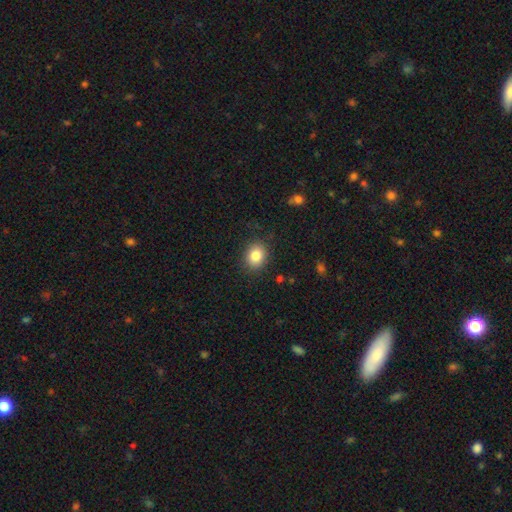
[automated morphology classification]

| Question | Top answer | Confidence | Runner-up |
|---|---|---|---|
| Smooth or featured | smooth | 85% | star or artifact (9%) |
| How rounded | round | 55% | in between (44%) |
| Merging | none | 86% | minor disturbance (10%) |